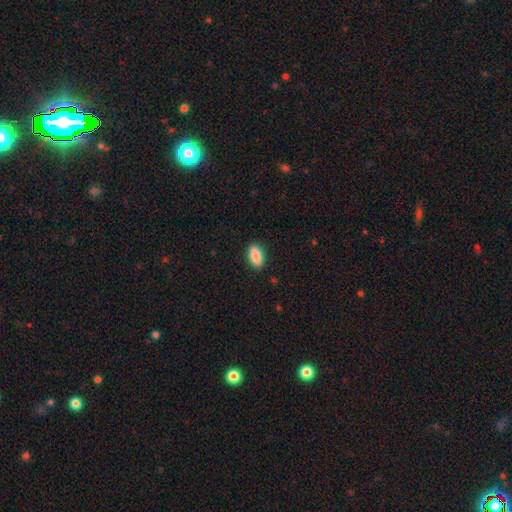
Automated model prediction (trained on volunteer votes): smooth_or_featured: smooth (p=0.87) [alt: star or artifact p=0.07]
how_rounded: in between (p=0.89) [alt: cigar-shaped p=0.07]
merging: none (p=0.89) [alt: minor disturbance p=0.08]